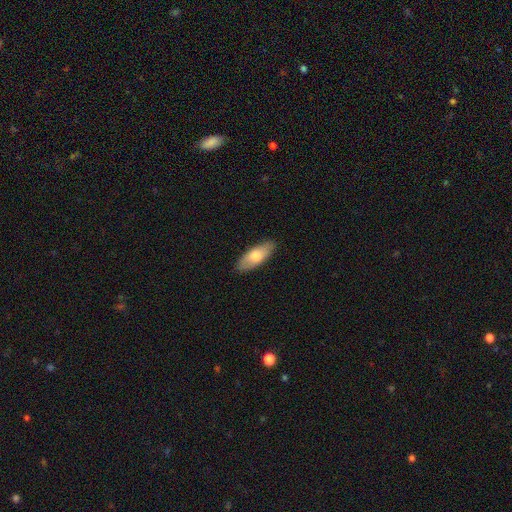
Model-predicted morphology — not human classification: Smooth or featured?
  - smooth: 73% *
  - featured or disk: 22%
  - star or artifact: 6%
How rounded?
  - in between: 75% *
  - cigar-shaped: 23%
  - round: 2%
Merging?
  - none: 88% *
  - minor disturbance: 9%
  - major disturbance: 2%
  - merger: 1%